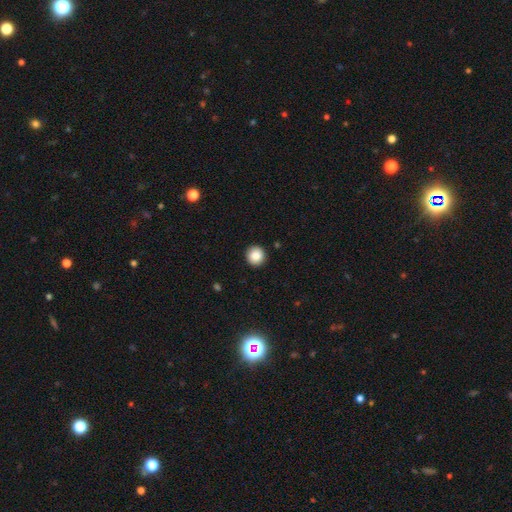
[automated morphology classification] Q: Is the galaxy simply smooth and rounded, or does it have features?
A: smooth — 86%.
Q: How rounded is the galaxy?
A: round — 94%.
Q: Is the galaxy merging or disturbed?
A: none — 92%.